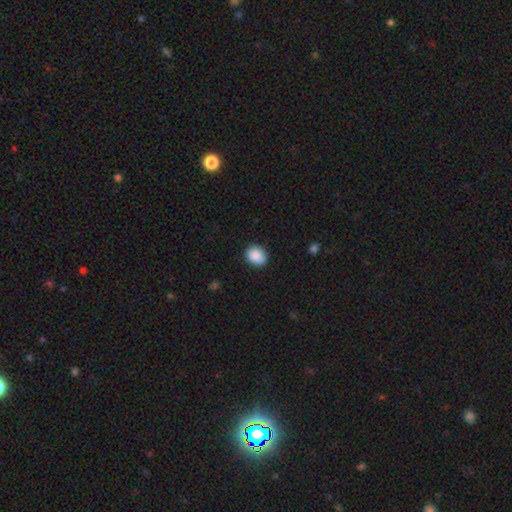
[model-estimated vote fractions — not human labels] A smooth galaxy with no disk features (88%) that is round (60%). Merging: none (87%).